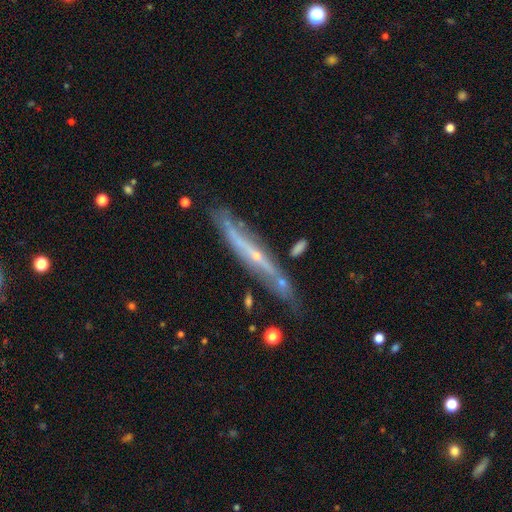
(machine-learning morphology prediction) smooth-or-featured: featured or disk: 78% | smooth: 15% | star or artifact: 7%
  disk-edge-on: yes: 82% | no: 18%
    edge-on-bulge: rounded: 61% | none: 36% | boxy: 4%
  merging: none: 68% | minor disturbance: 20% | merger: 6% | major disturbance: 5%